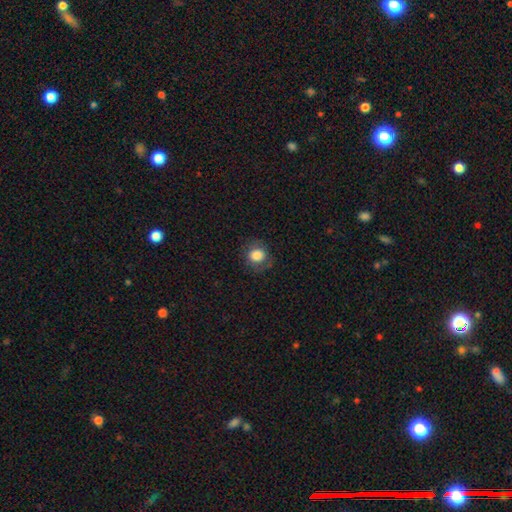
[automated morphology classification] Smooth or featured: smooth — 82% (star or artifact — 9%)
How rounded: round — 82% (in between — 17%)
Merging: none — 76% (minor disturbance — 16%)